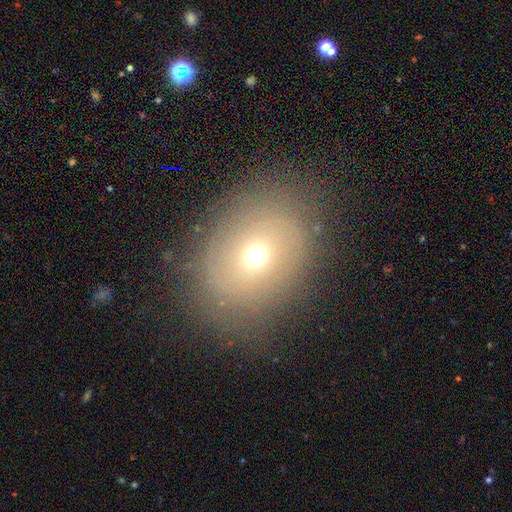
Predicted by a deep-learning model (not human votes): Smooth or featured? smooth (53%)
How rounded? in between (54%)
Merging? none (76%)